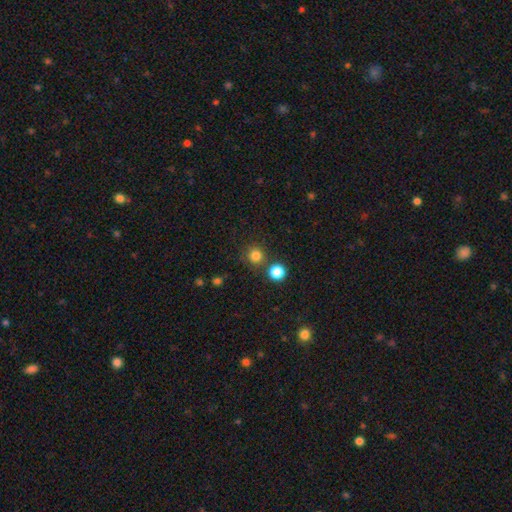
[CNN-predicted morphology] Smooth or featured?
  - smooth: 81% *
  - star or artifact: 15%
  - featured or disk: 5%
How rounded?
  - round: 93% *
  - in between: 6%
  - cigar-shaped: 1%
Merging?
  - none: 78% *
  - merger: 11%
  - minor disturbance: 8%
  - major disturbance: 3%